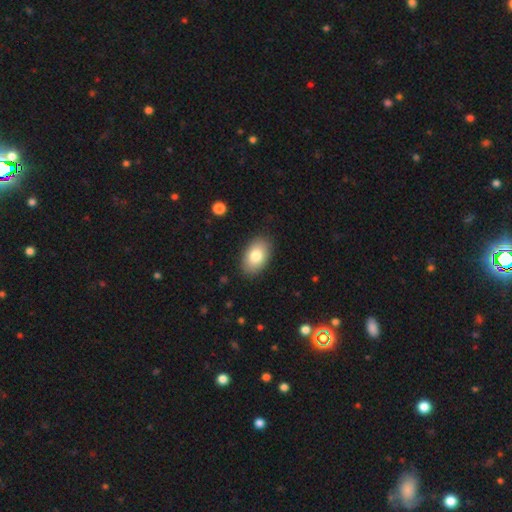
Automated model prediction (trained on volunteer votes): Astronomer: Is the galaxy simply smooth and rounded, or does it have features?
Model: smooth — 81%.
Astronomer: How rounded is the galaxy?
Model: in between — 91%.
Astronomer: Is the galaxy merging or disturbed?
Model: none — 87%.